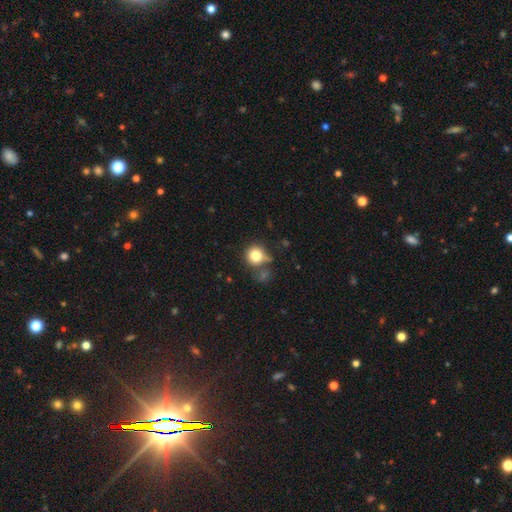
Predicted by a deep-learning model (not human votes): smooth 81%, star or artifact 11%, featured or disk 8%. Down the decision tree: how rounded — round (88%); merging — none (60%).